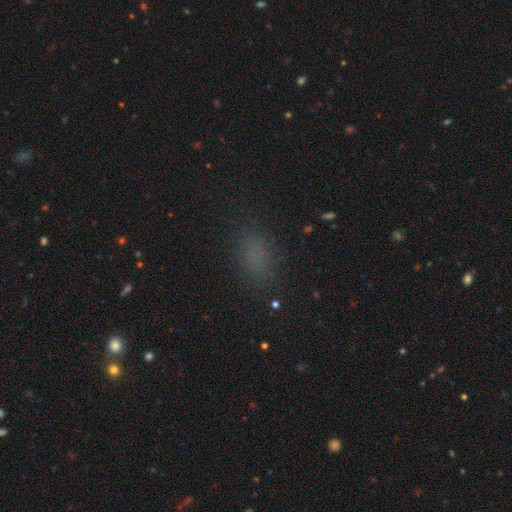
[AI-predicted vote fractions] Smooth or featured: smooth — 73% (star or artifact — 21%)
How rounded: in between — 82% (round — 14%)
Merging: none — 81% (minor disturbance — 13%)